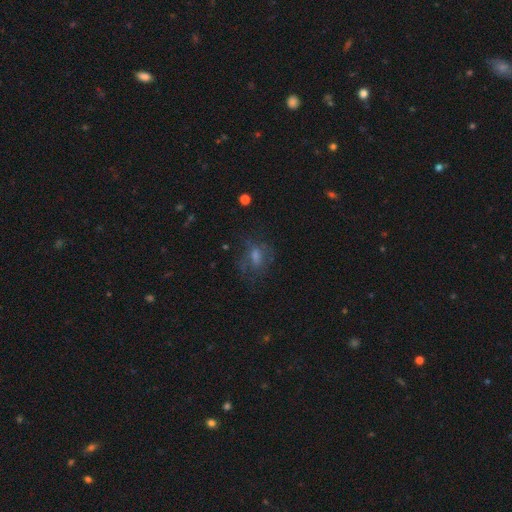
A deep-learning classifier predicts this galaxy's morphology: Smooth or featured? Predicted: smooth (p=0.40). Merging? Predicted: none (p=0.60).